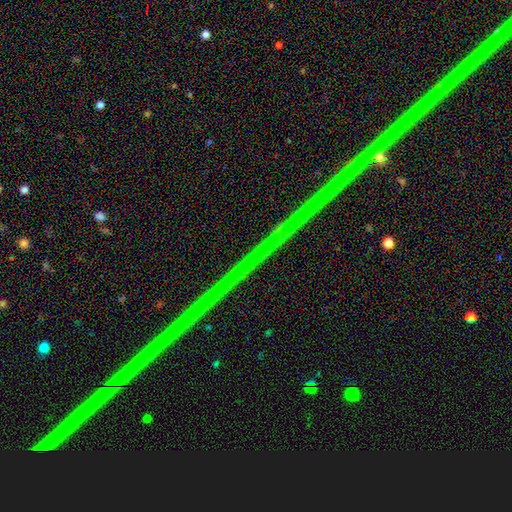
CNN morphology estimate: Smooth or featured?
  - star or artifact: 87% *
  - featured or disk: 9%
  - smooth: 4%